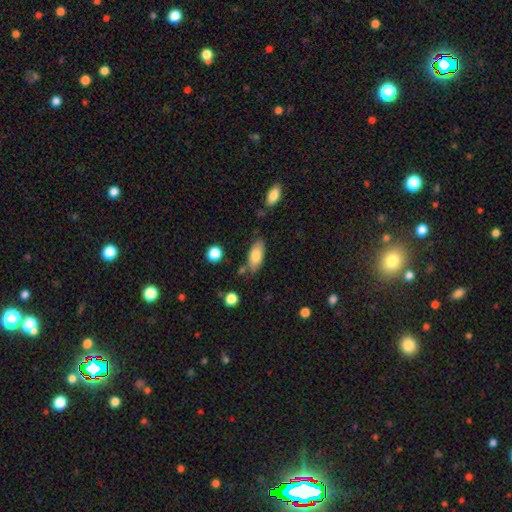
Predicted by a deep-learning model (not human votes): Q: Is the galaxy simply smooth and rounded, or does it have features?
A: smooth — 79%.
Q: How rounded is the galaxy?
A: in between — 85%.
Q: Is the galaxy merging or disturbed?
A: none — 74%.